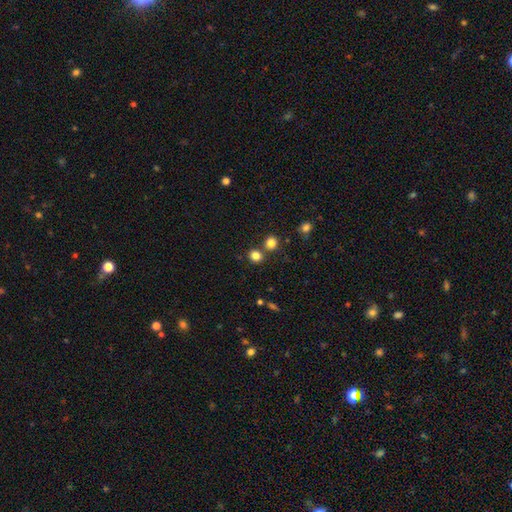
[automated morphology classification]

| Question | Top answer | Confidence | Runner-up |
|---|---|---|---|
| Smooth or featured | smooth | 82% | star or artifact (14%) |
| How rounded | round | 82% | in between (17%) |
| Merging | none | 69% | merger (20%) |